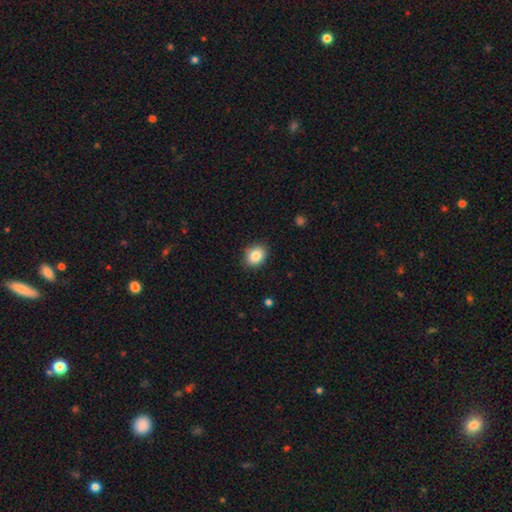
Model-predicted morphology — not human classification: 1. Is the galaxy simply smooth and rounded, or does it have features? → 85% smooth, 9% star or artifact, 6% featured or disk.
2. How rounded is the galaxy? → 52% in between, 47% round, 1% cigar-shaped.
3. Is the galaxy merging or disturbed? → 87% none, 9% minor disturbance, 2% major disturbance, 1% merger.